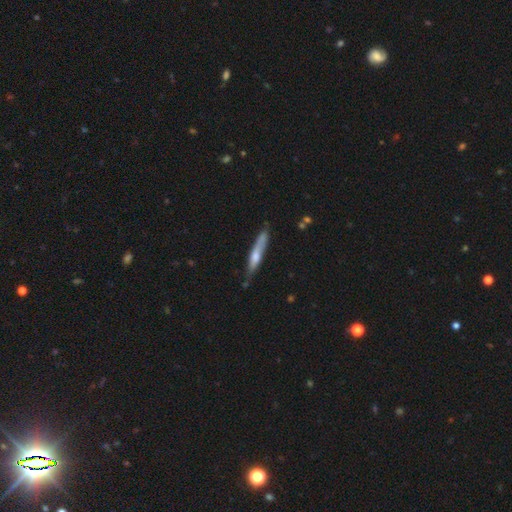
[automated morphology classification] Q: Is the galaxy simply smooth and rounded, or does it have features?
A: smooth — 52%.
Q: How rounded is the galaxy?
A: cigar-shaped — 91%.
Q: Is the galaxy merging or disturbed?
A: none — 71%.